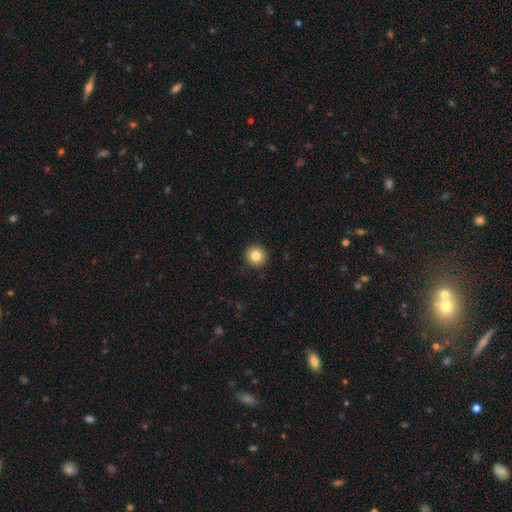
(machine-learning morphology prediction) A smooth galaxy with no disk features (82%) that is round (95%).

Vote fractions:
- Smooth or featured? smooth: 82% / star or artifact: 10% / featured or disk: 8%
- How rounded? round: 95% / in between: 4% / cigar-shaped: 1%
- Merging? none: 93% / minor disturbance: 5% / major disturbance: 2% / merger: 1%